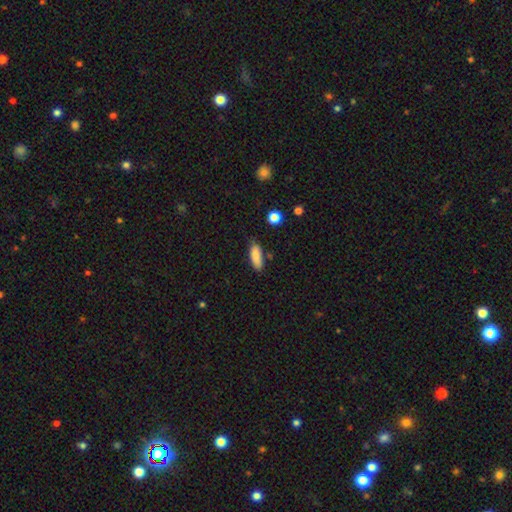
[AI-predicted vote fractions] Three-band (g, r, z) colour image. It shows a smooth galaxy with no disk features (87%) that is in between round and cigar-shaped (67%). Merging: none (74%).